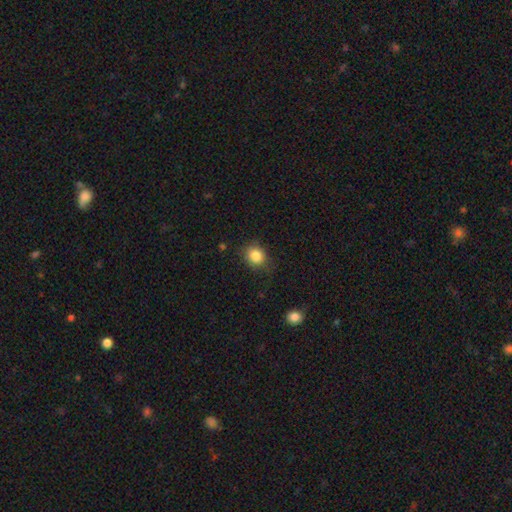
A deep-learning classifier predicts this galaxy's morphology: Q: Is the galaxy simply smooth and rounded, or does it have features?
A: smooth — 85%.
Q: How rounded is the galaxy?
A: round — 70%.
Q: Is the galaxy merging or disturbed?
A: none — 80%.